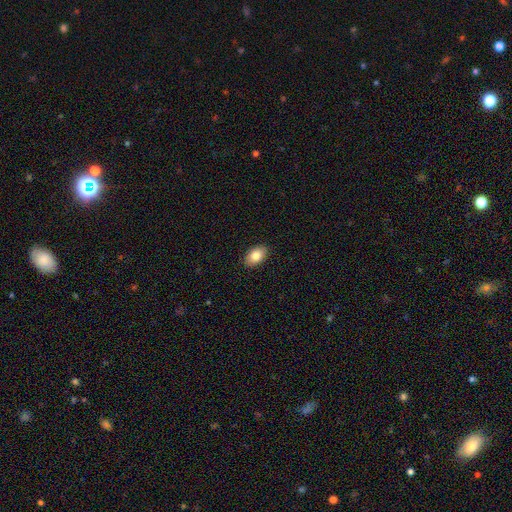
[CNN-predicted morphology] smooth-or-featured: smooth: 83% | featured or disk: 9% | star or artifact: 7%
  how-rounded: in between: 90% | round: 9% | cigar-shaped: 1%
  merging: none: 90% | minor disturbance: 8% | major disturbance: 2% | merger: 1%